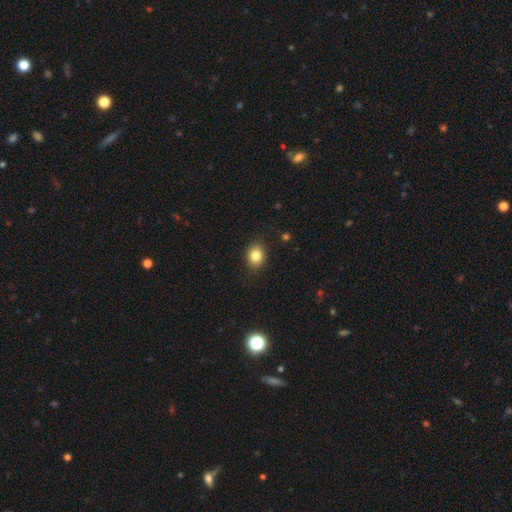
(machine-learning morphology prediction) smooth_or_featured: smooth (p=0.84) [alt: star or artifact p=0.10]
how_rounded: round (p=0.60) [alt: in between p=0.39]
merging: none (p=0.86) [alt: minor disturbance p=0.10]